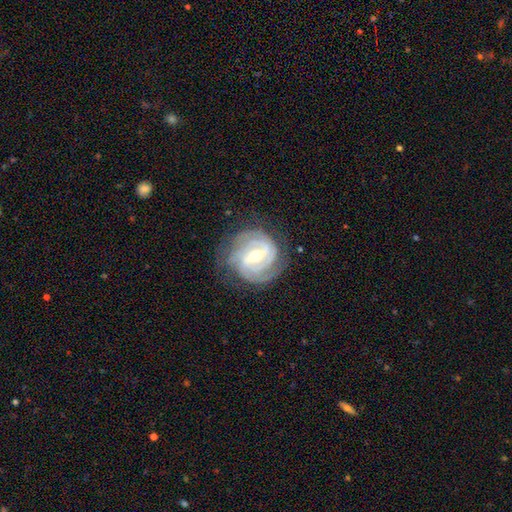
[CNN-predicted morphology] This appears to be a featured or disk galaxy (90%) with a weak bar (47%), 3 (33%) tight (69%) spiral arms (97%) and a moderate central bulge (65%). Merging: none (76%).